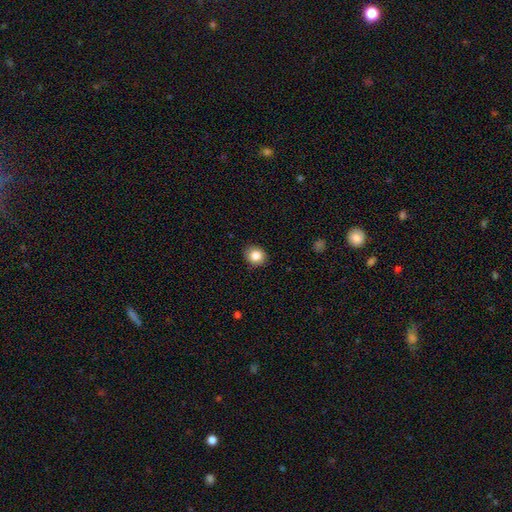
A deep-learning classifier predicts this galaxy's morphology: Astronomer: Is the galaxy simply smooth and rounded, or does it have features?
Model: smooth — 85%.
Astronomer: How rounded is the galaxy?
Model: round — 79%.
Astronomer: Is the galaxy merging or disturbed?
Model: none — 90%.